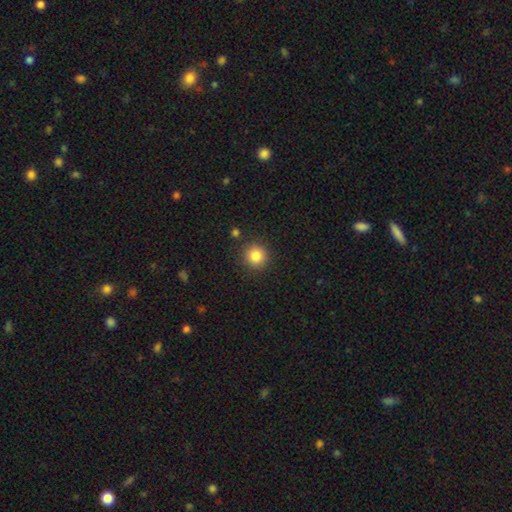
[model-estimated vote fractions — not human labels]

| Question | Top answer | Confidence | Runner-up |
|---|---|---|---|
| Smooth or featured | smooth | 85% | star or artifact (11%) |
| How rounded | round | 93% | in between (6%) |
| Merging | none | 89% | minor disturbance (7%) |